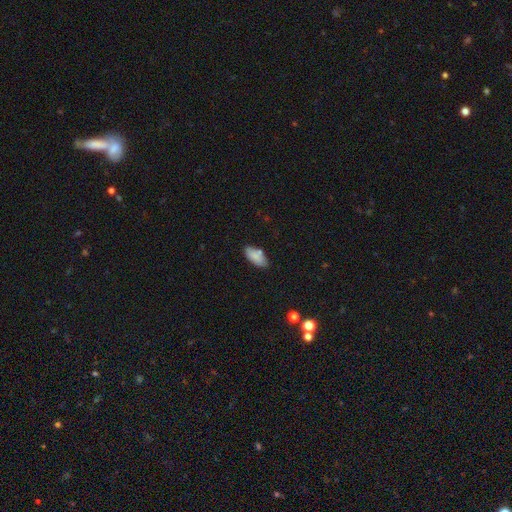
This is likely a smooth galaxy (63%). How rounded: clearly in between (92%). Merging: likely none (62%).